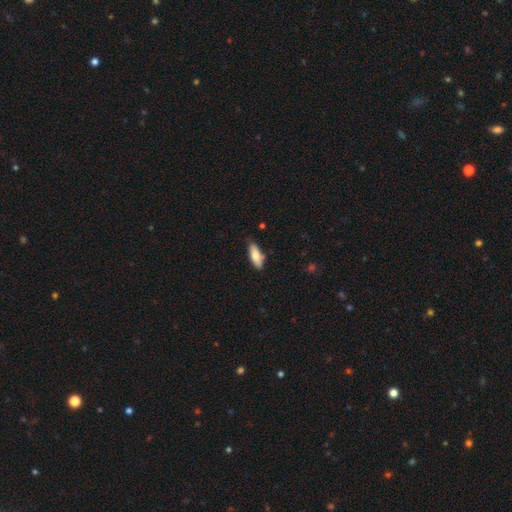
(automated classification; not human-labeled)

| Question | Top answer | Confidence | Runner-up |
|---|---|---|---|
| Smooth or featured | smooth | 78% | featured or disk (16%) |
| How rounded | in between | 72% | cigar-shaped (26%) |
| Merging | none | 78% | minor disturbance (17%) |